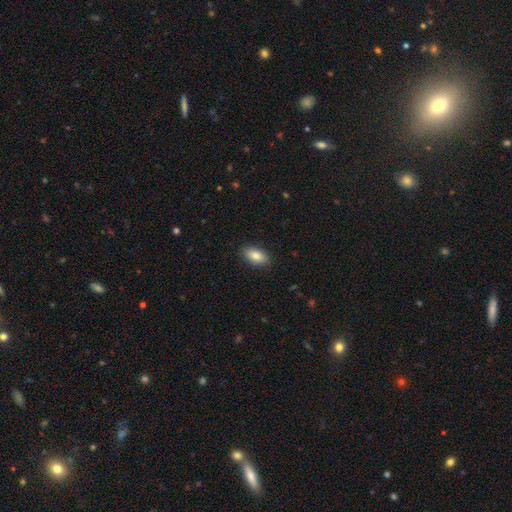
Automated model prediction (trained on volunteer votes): Smooth or featured?
  - smooth: 85% *
  - featured or disk: 8%
  - star or artifact: 7%
How rounded?
  - in between: 91% *
  - cigar-shaped: 5%
  - round: 4%
Merging?
  - none: 88% *
  - minor disturbance: 9%
  - major disturbance: 2%
  - merger: 1%